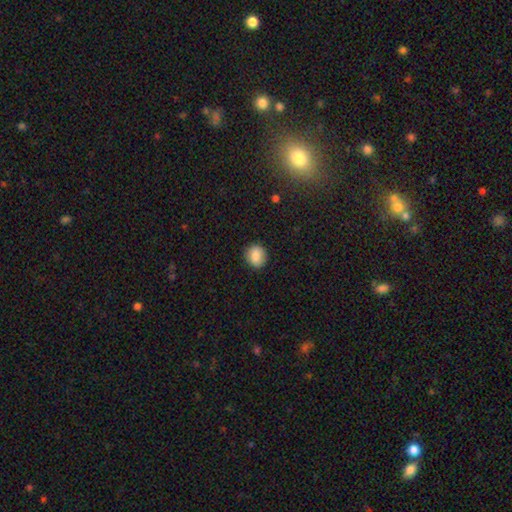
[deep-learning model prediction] Smooth or featured? Predicted: smooth (p=0.86). How rounded? Predicted: round (p=0.77). Merging? Predicted: none (p=0.88).